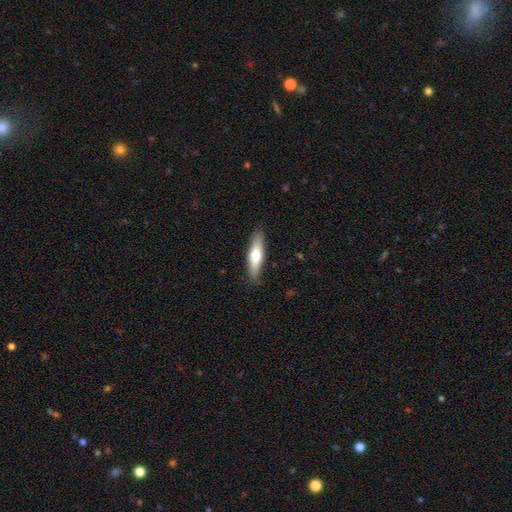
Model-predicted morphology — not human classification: This appears to be a smooth galaxy with no disk features (56%) that is cigar-shaped (70%). Merging: none (89%).